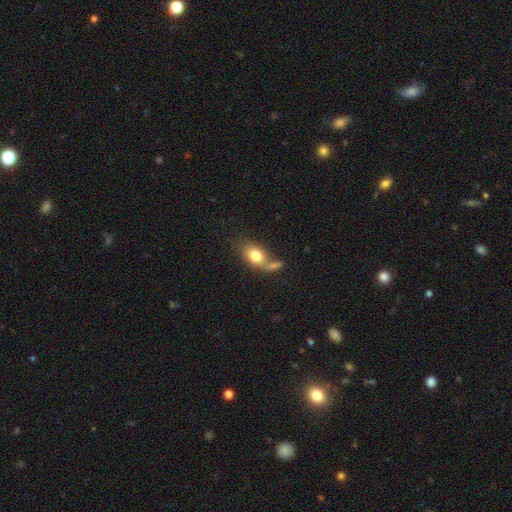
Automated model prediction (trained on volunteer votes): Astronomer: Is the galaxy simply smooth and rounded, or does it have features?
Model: smooth — 78%.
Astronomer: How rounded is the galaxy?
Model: in between — 78%.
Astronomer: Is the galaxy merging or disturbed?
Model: none — 41% (runner-up: merger, 34%).